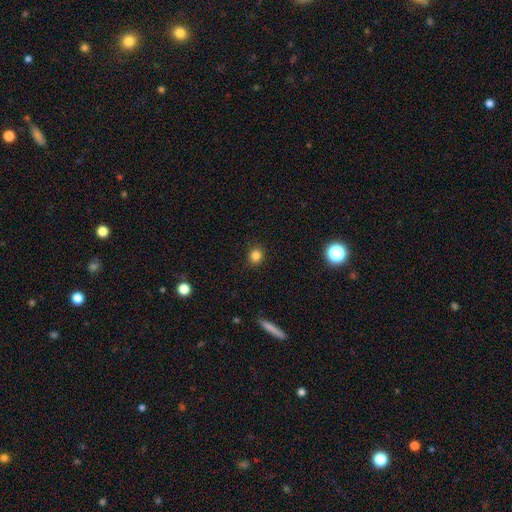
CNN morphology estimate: A smooth galaxy with no disk features (83%) that is round (84%).

Vote fractions:
- Smooth or featured? smooth: 83% / star or artifact: 13% / featured or disk: 4%
- How rounded? round: 84% / in between: 15% / cigar-shaped: 1%
- Merging? none: 89% / minor disturbance: 7% / major disturbance: 2% / merger: 1%